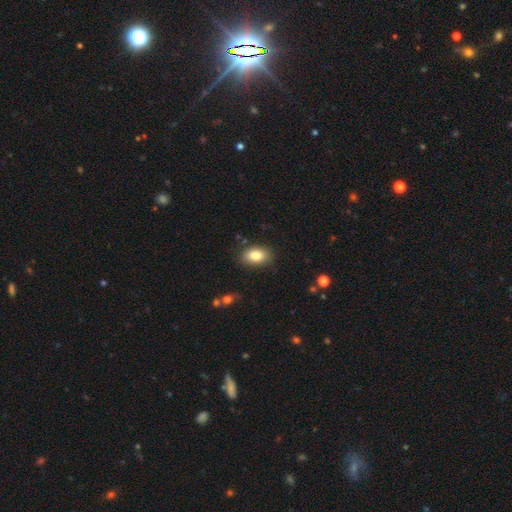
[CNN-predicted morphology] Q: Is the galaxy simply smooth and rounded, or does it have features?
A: smooth — 84%.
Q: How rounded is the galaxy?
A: in between — 89%.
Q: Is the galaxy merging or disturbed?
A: none — 85%.